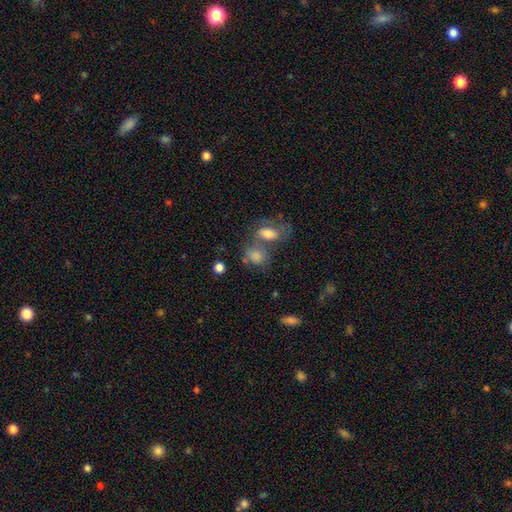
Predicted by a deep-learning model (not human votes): The model was most divided on "merging": merger: 44%, none: 33%, minor disturbance: 13%, major disturbance: 9%. More confident: smooth or featured — smooth (74%); how rounded — in between (58%).